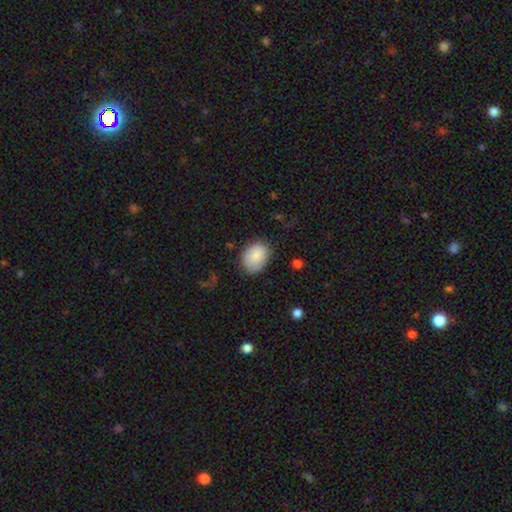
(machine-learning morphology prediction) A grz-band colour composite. It shows a smooth galaxy with no disk features (85%) that is in between round and cigar-shaped (73%). Merging: none (77%).